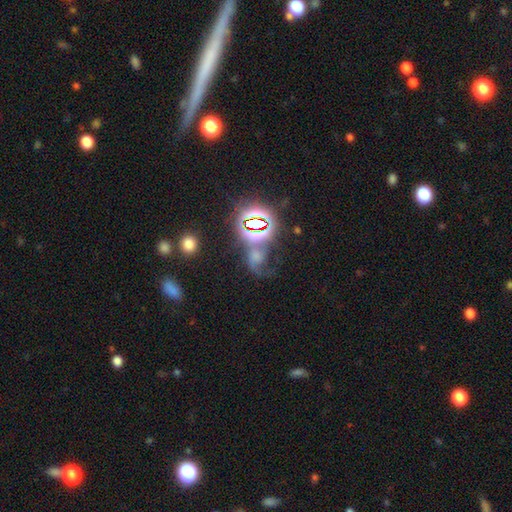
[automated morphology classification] Smooth or featured?
  - star or artifact: 54% *
  - featured or disk: 26%
  - smooth: 20%